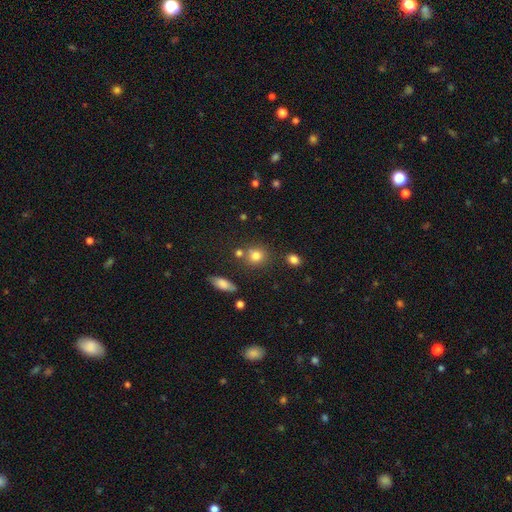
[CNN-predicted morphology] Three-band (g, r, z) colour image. It shows a smooth galaxy with no disk features (78%) that is round (78%). Merging: none (68%).